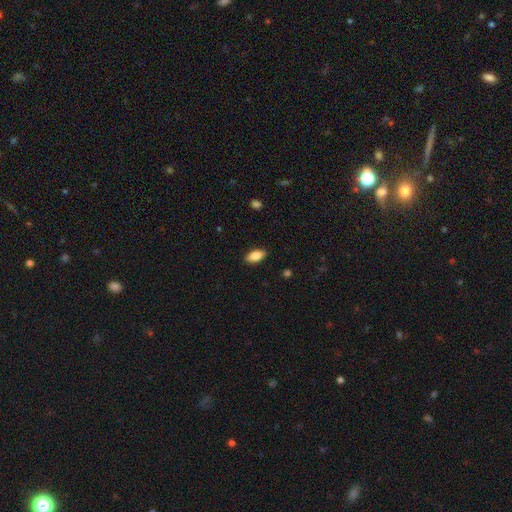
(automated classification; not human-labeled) This appears to be a smooth galaxy with no disk features (82%) that is in between round and cigar-shaped (89%). Merging: none (89%).